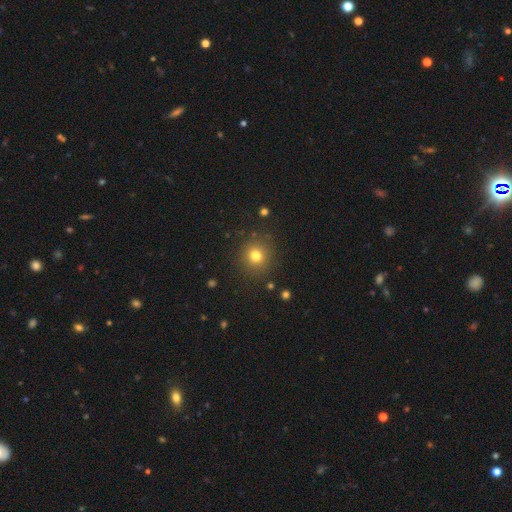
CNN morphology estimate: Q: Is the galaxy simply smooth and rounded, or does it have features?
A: smooth — 77%.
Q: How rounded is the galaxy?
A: round — 91%.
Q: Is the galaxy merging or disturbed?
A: none — 88%.